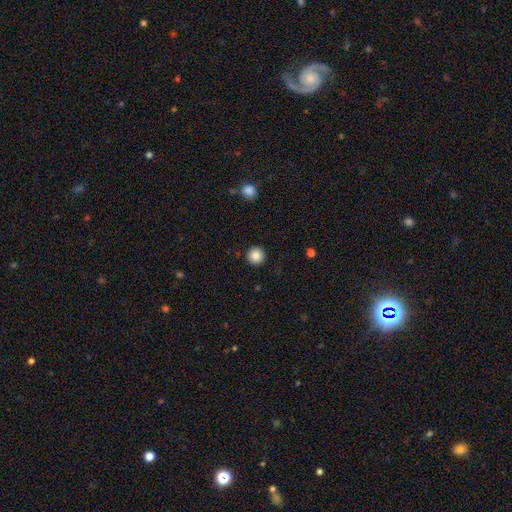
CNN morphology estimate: Overall: smooth (86%). How rounded: round (96%). Merging: none (93%).